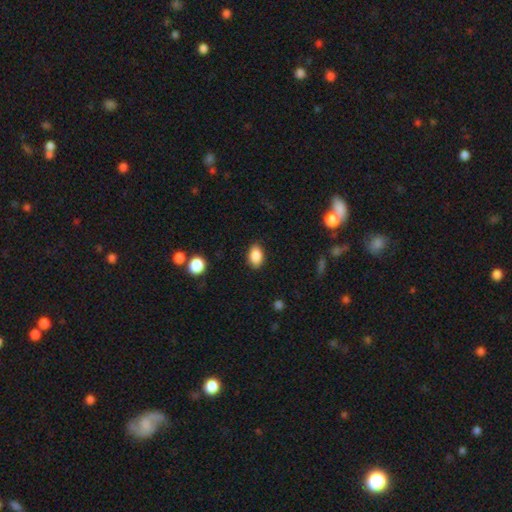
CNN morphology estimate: Smooth or featured? Predicted: smooth (p=0.87). How rounded? Predicted: in between (p=0.85). Merging? Predicted: none (p=0.87).